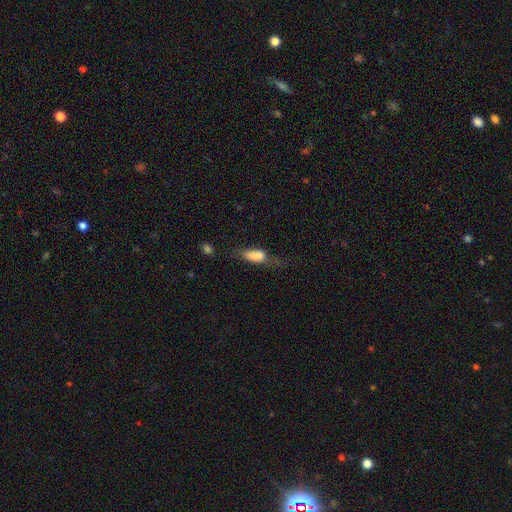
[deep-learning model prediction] Smooth or featured: smooth — 75% (featured or disk — 16%)
How rounded: in between — 68% (cigar-shaped — 29%)
Merging: none — 35% (minor disturbance — 30%)